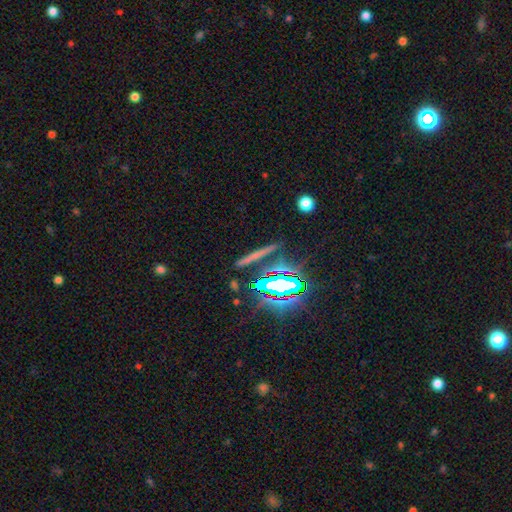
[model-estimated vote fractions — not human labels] Smooth or featured: smooth — 37% (star or artifact — 34%)
Merging: none — 84% (minor disturbance — 9%)